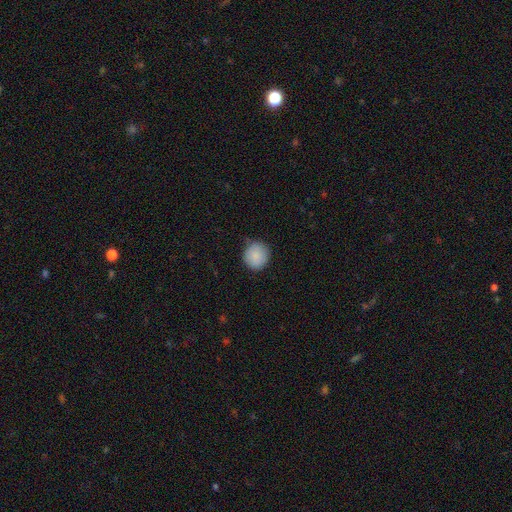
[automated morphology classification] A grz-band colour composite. It shows a smooth galaxy with no disk features (88%) that is round (90%). Merging: none (79%).